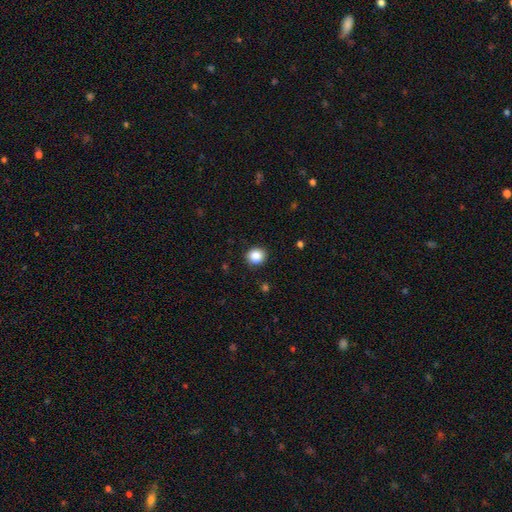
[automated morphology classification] Q: Smooth or featured?
A: smooth (87%); runner-up: star or artifact (9%)
Q: How rounded?
A: round (84%); runner-up: in between (15%)
Q: Merging?
A: none (90%); runner-up: minor disturbance (7%)